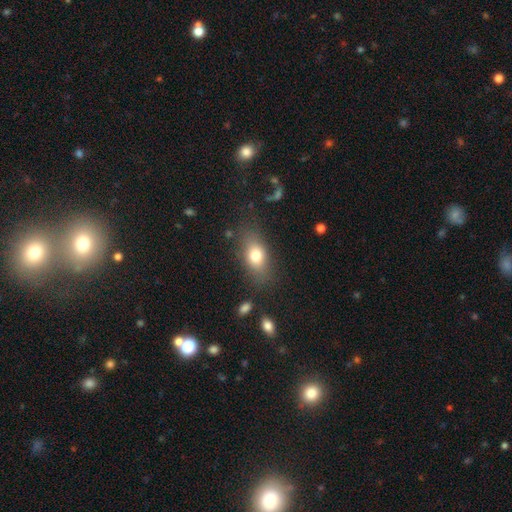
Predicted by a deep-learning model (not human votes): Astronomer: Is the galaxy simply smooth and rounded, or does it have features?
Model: smooth — 76%.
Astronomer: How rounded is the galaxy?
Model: in between — 79%.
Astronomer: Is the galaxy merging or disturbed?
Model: none — 76%.